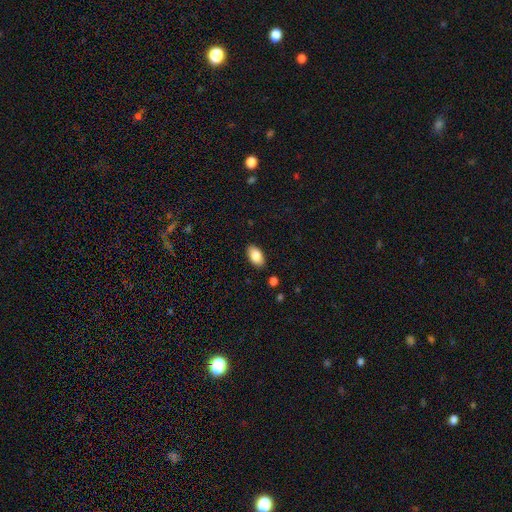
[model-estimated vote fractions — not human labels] This is clearly a smooth galaxy (85%). How rounded: clearly in between (94%). Merging: clearly none (87%).